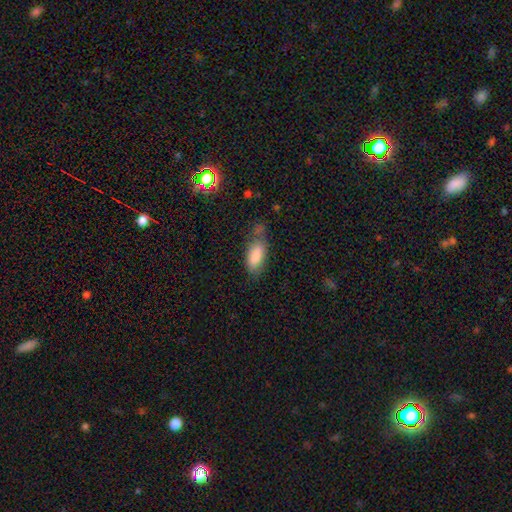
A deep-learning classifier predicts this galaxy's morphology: smooth-or-featured: smooth: 83% | featured or disk: 10% | star or artifact: 7%
  how-rounded: in between: 85% | cigar-shaped: 13% | round: 2%
  merging: none: 51% | minor disturbance: 30% | major disturbance: 11% | merger: 7%